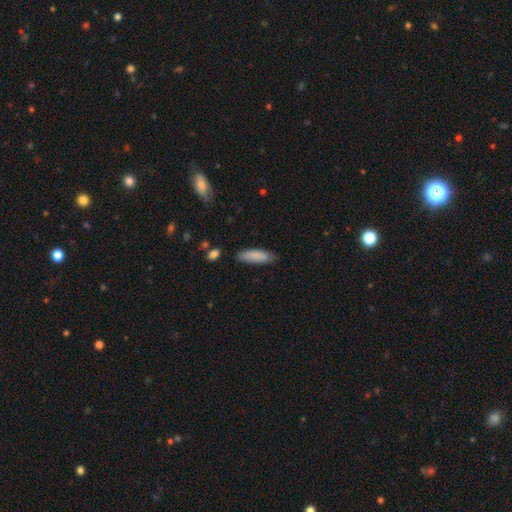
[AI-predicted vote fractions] This appears to be a smooth galaxy with no disk features (86%) that is in between round and cigar-shaped (51%). Merging: none (78%).